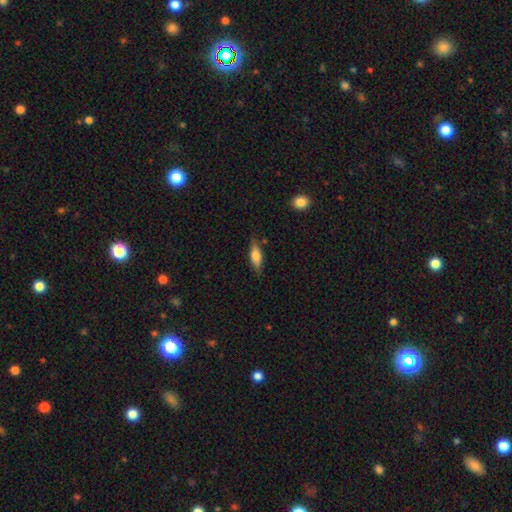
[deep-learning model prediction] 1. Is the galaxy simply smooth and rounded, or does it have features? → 69% smooth, 24% featured or disk, 7% star or artifact.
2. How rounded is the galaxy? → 56% in between, 41% cigar-shaped, 3% round.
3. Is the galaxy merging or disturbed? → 77% none, 17% minor disturbance, 3% major disturbance, 2% merger.